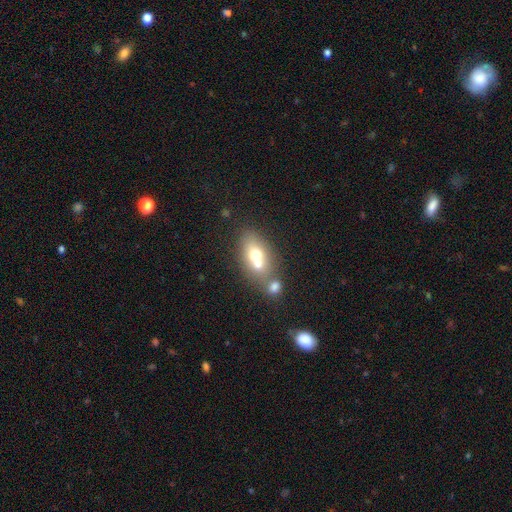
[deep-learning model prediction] Smooth or featured? Predicted: smooth (p=0.63). How rounded? Predicted: in between (p=0.75). Merging? Predicted: merger (p=0.57).